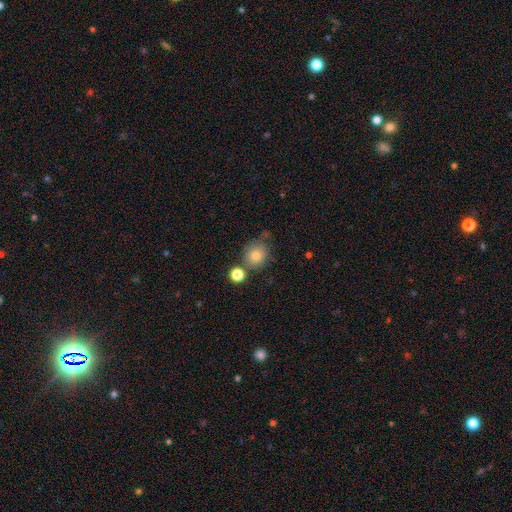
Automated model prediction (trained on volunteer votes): Smooth or featured?
  - smooth: 79% *
  - star or artifact: 11%
  - featured or disk: 10%
How rounded?
  - round: 82% *
  - in between: 17%
  - cigar-shaped: 1%
Merging?
  - none: 63% *
  - minor disturbance: 17%
  - merger: 15%
  - major disturbance: 5%